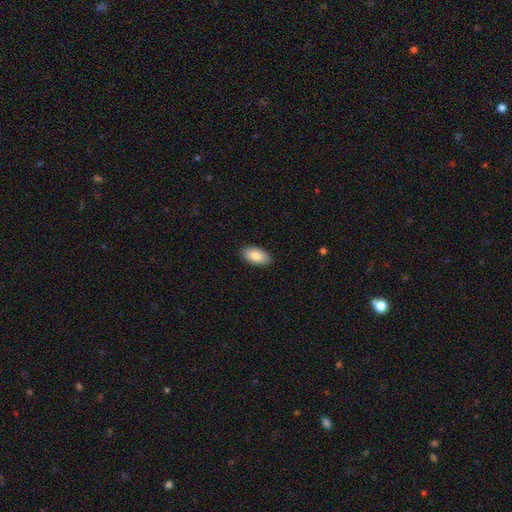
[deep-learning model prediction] Smooth or featured: smooth — 84% (featured or disk — 10%)
How rounded: in between — 95% (cigar-shaped — 3%)
Merging: none — 90% (minor disturbance — 8%)